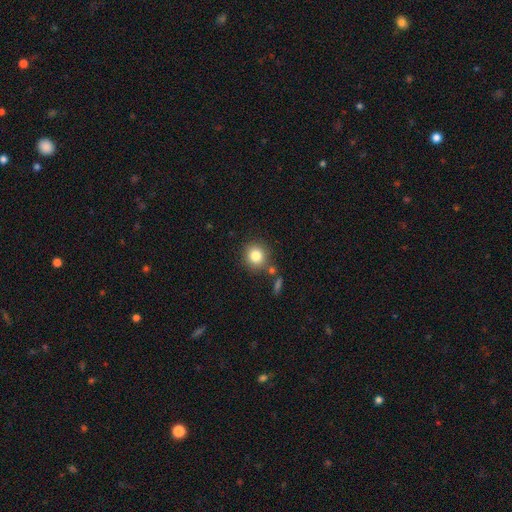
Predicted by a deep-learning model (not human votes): smooth-or-featured: smooth: 82% | star or artifact: 10% | featured or disk: 8%
  how-rounded: round: 87% | in between: 12% | cigar-shaped: 1%
  merging: none: 78% | minor disturbance: 10% | merger: 9% | major disturbance: 3%